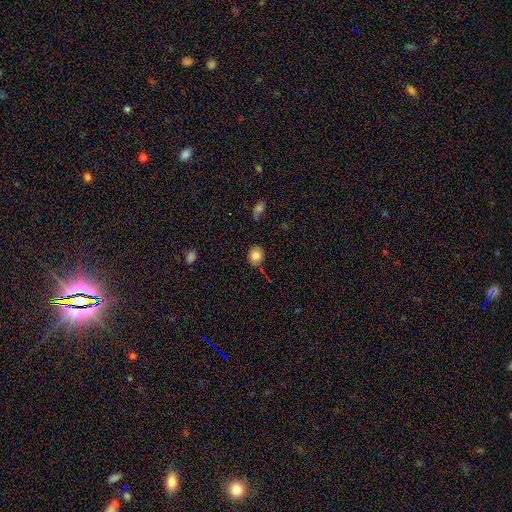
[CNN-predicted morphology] This appears to be a smooth galaxy with no disk features (83%) that is round (76%). Merging: none (82%).